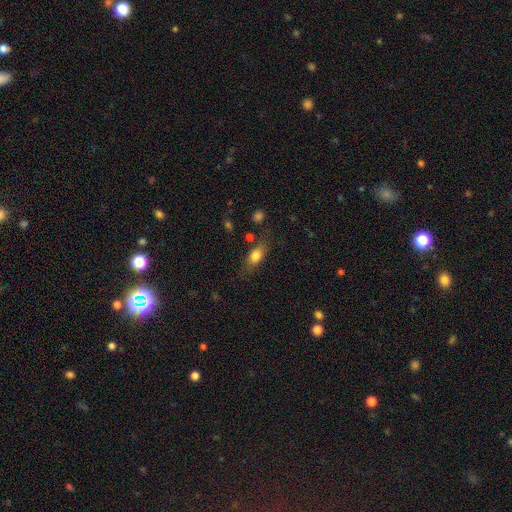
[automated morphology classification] smooth 76%, featured or disk 16%, star or artifact 8%. Down the decision tree: how rounded — in between (75%); merging — none (70%).